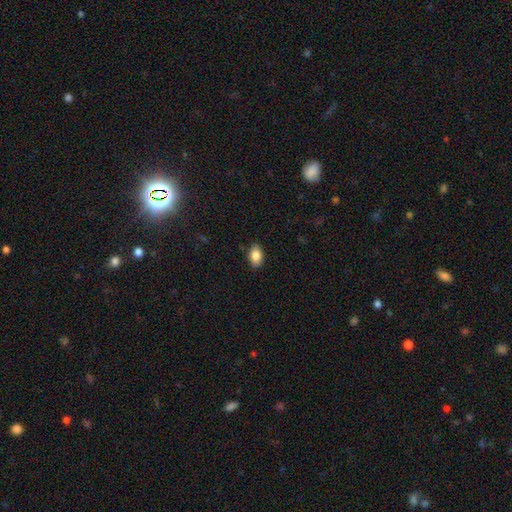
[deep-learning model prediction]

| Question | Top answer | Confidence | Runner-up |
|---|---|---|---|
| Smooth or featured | smooth | 85% | featured or disk (8%) |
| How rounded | in between | 90% | round (8%) |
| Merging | none | 86% | minor disturbance (11%) |